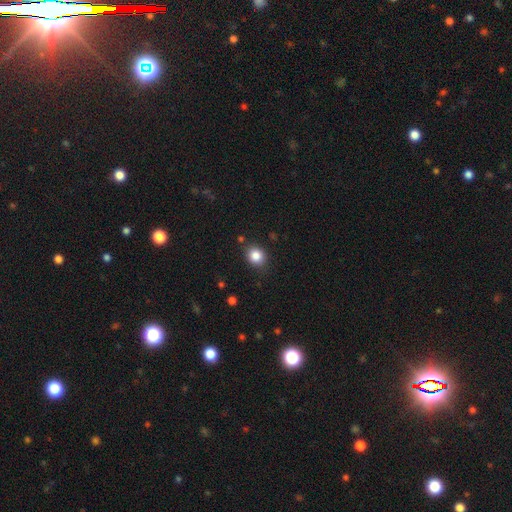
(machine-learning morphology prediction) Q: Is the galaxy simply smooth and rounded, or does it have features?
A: smooth — 85%.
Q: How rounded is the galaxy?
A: round — 65%.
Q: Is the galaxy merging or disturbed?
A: none — 84%.